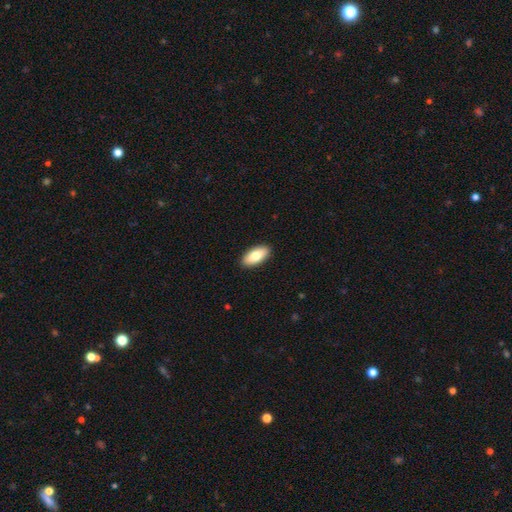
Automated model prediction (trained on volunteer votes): This appears to be a smooth galaxy with no disk features (79%) that is in between round and cigar-shaped (91%). Merging: none (91%).